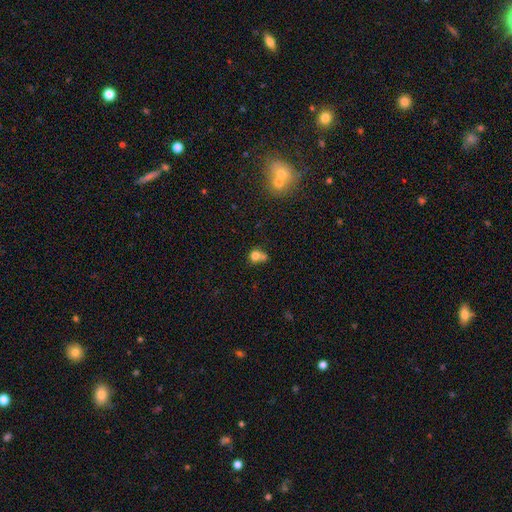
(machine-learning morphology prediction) The model was most divided on "merging": merger: 49%, none: 32%, minor disturbance: 12%, major disturbance: 7%. More confident: smooth or featured — smooth (74%); how rounded — round (72%).